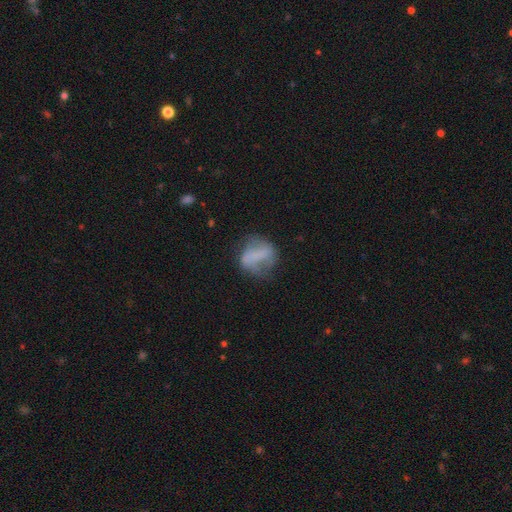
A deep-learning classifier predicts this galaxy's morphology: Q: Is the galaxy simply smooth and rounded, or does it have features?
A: smooth — 49%.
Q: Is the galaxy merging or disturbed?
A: none — 51%.